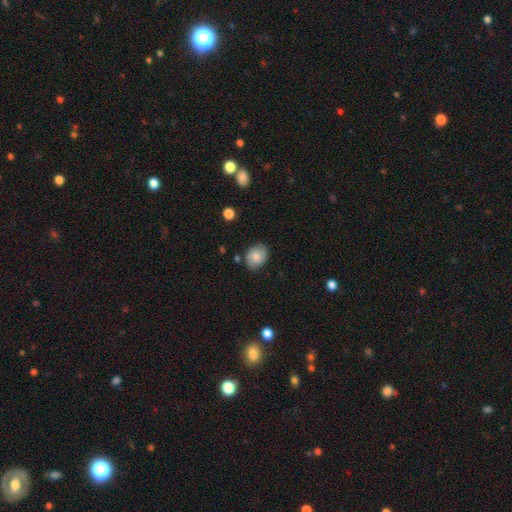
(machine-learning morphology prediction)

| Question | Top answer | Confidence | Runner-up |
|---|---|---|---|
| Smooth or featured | smooth | 72% | featured or disk (19%) |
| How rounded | in between | 57% | round (42%) |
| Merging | none | 79% | minor disturbance (16%) |